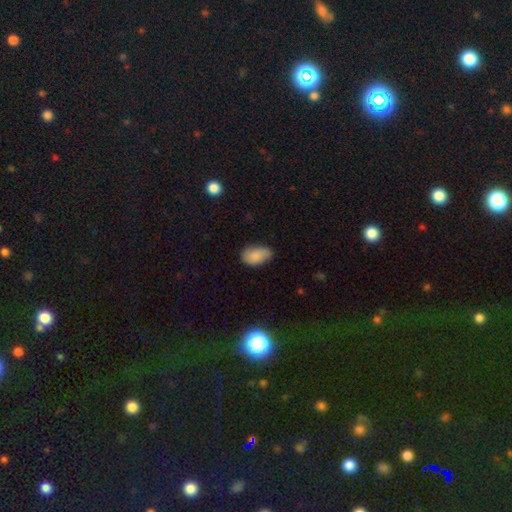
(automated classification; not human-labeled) The model was most divided on "merging": none: 67%, minor disturbance: 27%, major disturbance: 5%, merger: 2%. More confident: how rounded — in between (92%); smooth or featured — smooth (85%).